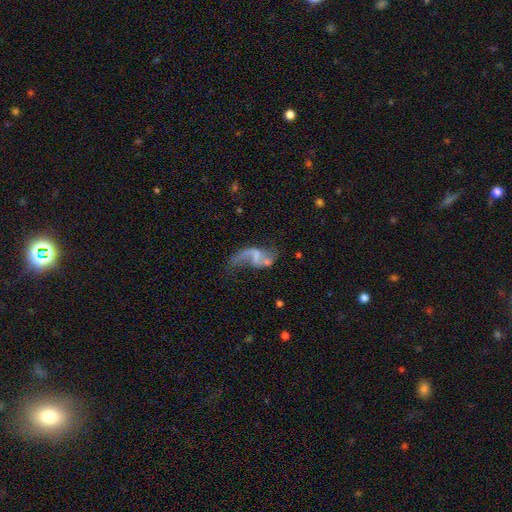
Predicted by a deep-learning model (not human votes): Smooth or featured?
  - featured or disk: 80% *
  - smooth: 13%
  - star or artifact: 8%
Edge-on disk?
  - no: 97% *
  - yes: 3%
Bar?
  - weak: 45% *
  - no: 33%
  - strong: 22%
Spiral arms?
  - yes: 86% *
  - no: 14%
Spiral winding?
  - loose: 85% *
  - medium: 12%
  - tight: 3%
Spiral arm count?
  - 2: 81% *
  - 1: 14%
  - can't tell: 3%
  - 3: 1%
  - 4: 1%
  - more than 4: 1%
Bulge size?
  - none: 51% *
  - small: 30%
  - moderate: 15%
  - large: 3%
  - dominant: 1%
Merging?
  - none: 40% *
  - major disturbance: 28%
  - minor disturbance: 20%
  - merger: 12%